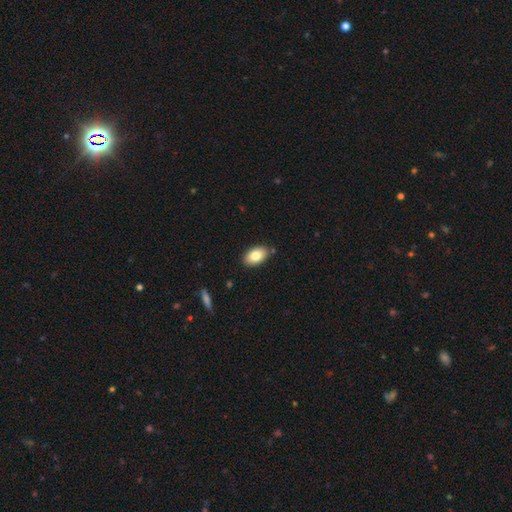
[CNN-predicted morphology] Smooth or featured: smooth — 81% (featured or disk — 11%)
How rounded: in between — 93% (round — 6%)
Merging: none — 86% (minor disturbance — 10%)